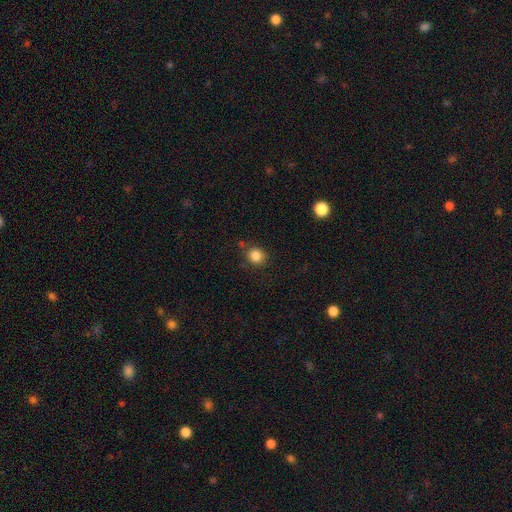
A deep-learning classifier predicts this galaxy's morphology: type=smooth (85%); roundness=round (86%); merging=none (81%).